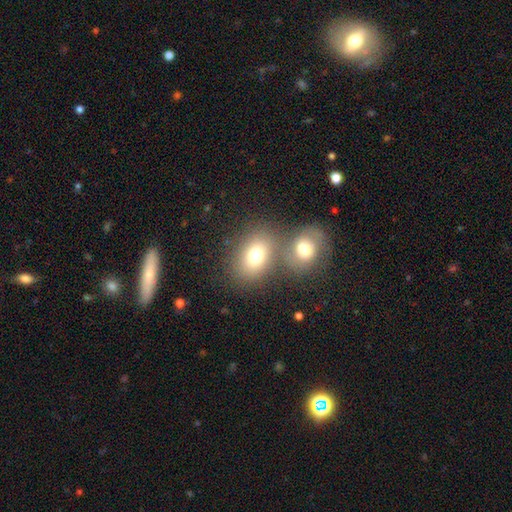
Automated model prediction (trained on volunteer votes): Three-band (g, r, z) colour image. It shows a smooth galaxy with no disk features (75%) that is in between round and cigar-shaped (63%). Merging: none (50%).